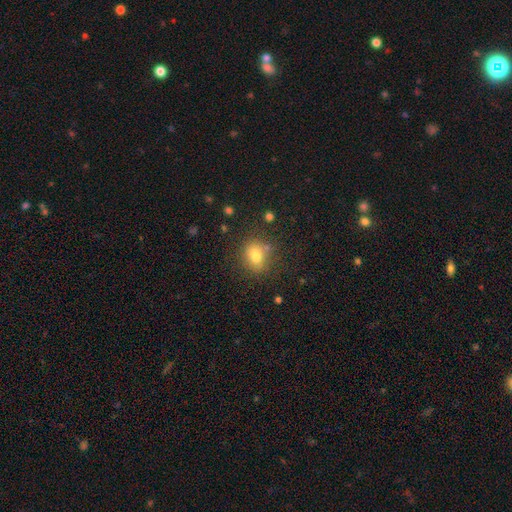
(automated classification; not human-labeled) smooth-or-featured: smooth: 78% | star or artifact: 12% | featured or disk: 10%
  how-rounded: round: 52% | in between: 47% | cigar-shaped: 1%
  merging: none: 74% | minor disturbance: 14% | merger: 7% | major disturbance: 4%